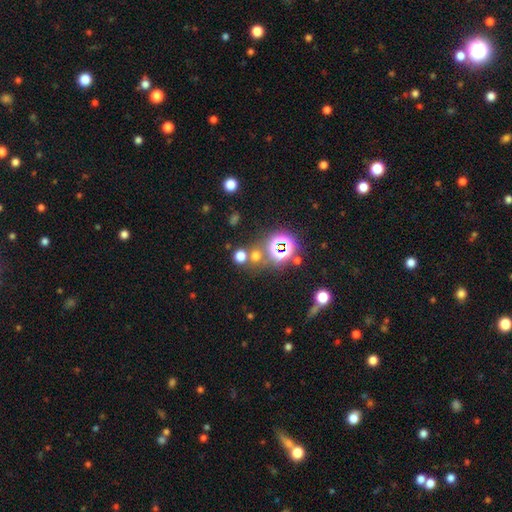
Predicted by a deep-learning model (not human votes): Smooth or featured?
  - smooth: 51% *
  - star or artifact: 41%
  - featured or disk: 8%
How rounded?
  - round: 87% *
  - in between: 12%
  - cigar-shaped: 1%
Merging?
  - none: 69% *
  - merger: 19%
  - minor disturbance: 7%
  - major disturbance: 4%